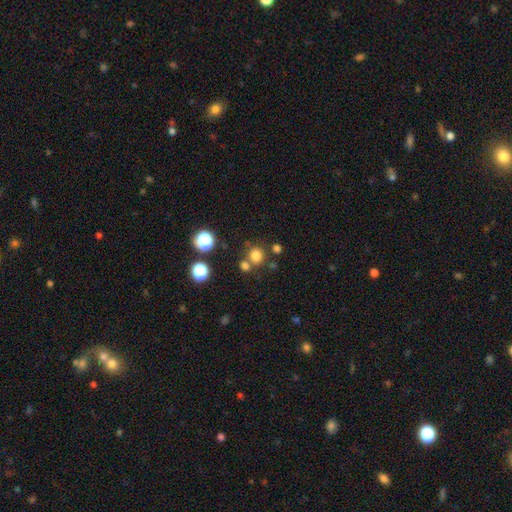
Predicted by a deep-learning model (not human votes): A smooth galaxy with no disk features (77%) that is round (87%).

Vote fractions:
- Smooth or featured? smooth: 77% / star or artifact: 17% / featured or disk: 6%
- How rounded? round: 87% / in between: 12% / cigar-shaped: 1%
- Merging? none: 69% / merger: 19% / minor disturbance: 8% / major disturbance: 4%